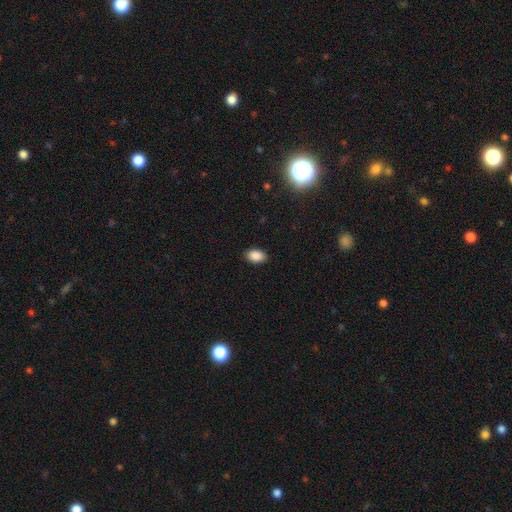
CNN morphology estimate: A smooth galaxy with no disk features (89%) that is in between round and cigar-shaped (86%). Merging: none (89%).